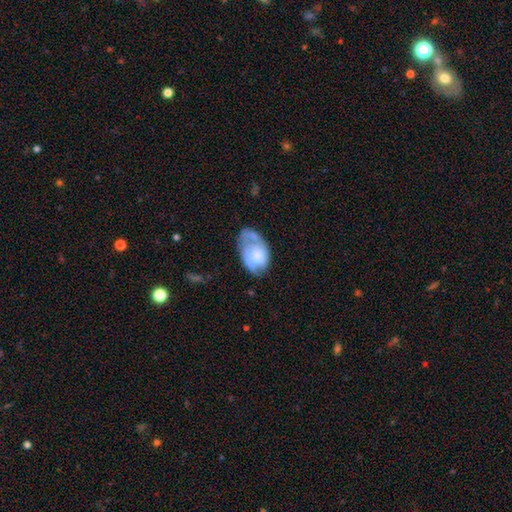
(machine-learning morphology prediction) A smooth galaxy with no disk features (48%). Merging: none (38%).